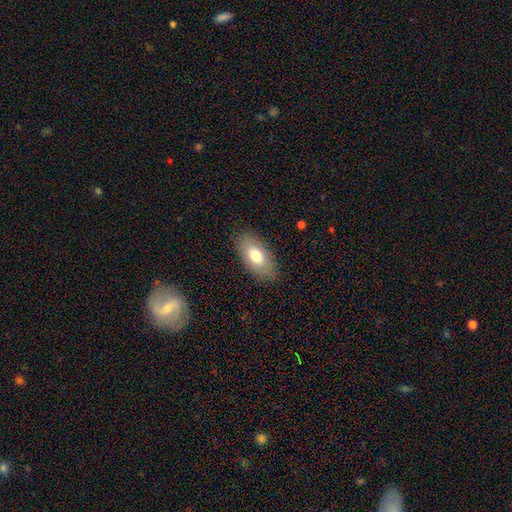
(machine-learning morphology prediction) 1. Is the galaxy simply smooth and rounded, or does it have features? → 74% smooth, 19% featured or disk, 7% star or artifact.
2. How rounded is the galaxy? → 92% in between, 4% round, 4% cigar-shaped.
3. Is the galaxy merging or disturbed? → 86% none, 11% minor disturbance, 3% major disturbance, 1% merger.